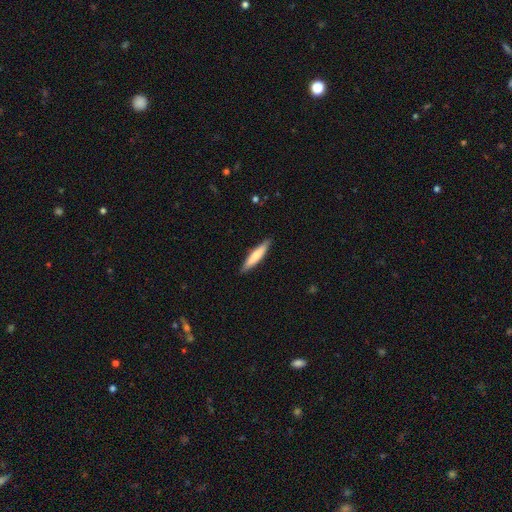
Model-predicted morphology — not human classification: type=smooth (72%); roundness=cigar-shaped (88%); merging=none (89%).